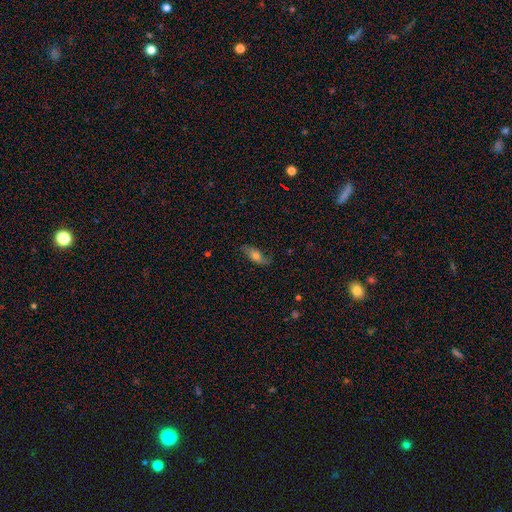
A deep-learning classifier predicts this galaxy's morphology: Smooth or featured: smooth — 56% (featured or disk — 35%)
How rounded: in between — 76% (cigar-shaped — 20%)
Merging: none — 72% (minor disturbance — 20%)